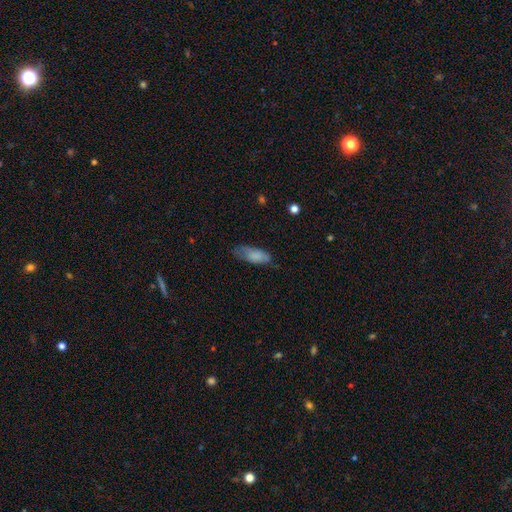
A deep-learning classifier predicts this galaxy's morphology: A smooth galaxy with no disk features (80%) that is in between round and cigar-shaped (80%). Merging: none (52%).